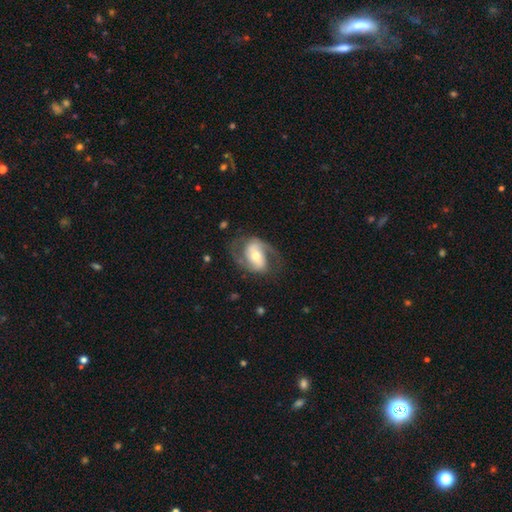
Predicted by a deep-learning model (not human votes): smooth_or_featured: featured or disk (p=0.80) [alt: smooth p=0.15]
disk_edge_on: no (p=0.96) [alt: yes p=0.04]
bar: strong (p=0.34) [tied with: weak p=0.34]
has_spiral_arms: yes (p=0.91) [alt: no p=0.09]
spiral_winding: medium (p=0.51) [alt: loose p=0.30]
spiral_arm_count: 2 (p=0.88) [alt: can't tell p=0.05]
bulge_size: moderate (p=0.62) [alt: small p=0.28]
merging: none (p=0.70) [alt: minor disturbance p=0.16]